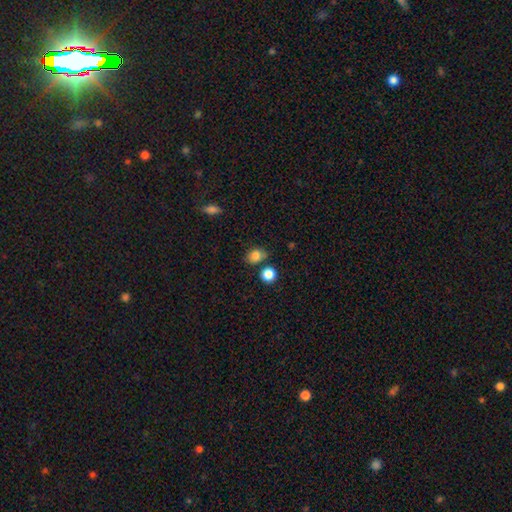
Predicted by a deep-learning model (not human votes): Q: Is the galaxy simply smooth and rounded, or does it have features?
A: smooth — 82%.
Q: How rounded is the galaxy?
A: round — 51%.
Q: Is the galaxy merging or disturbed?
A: none — 68%.